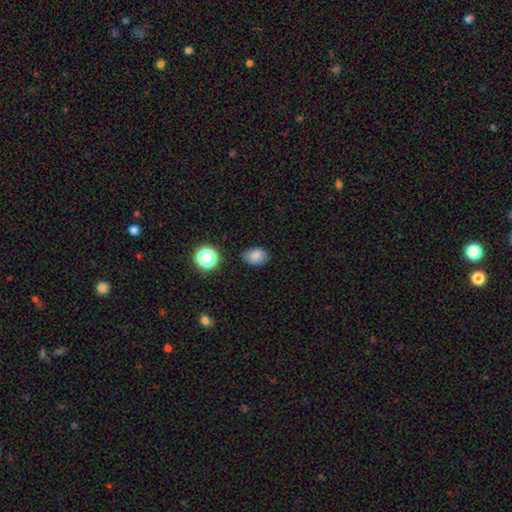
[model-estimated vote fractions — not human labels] smooth-or-featured: smooth: 81% | star or artifact: 12% | featured or disk: 7%
  how-rounded: in between: 72% | round: 27% | cigar-shaped: 1%
  merging: none: 79% | minor disturbance: 16% | major disturbance: 3% | merger: 2%